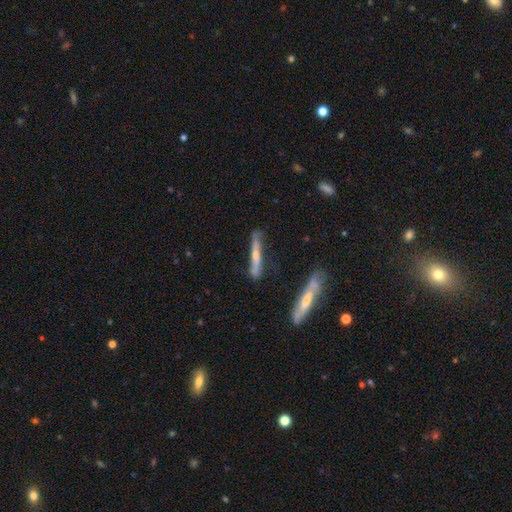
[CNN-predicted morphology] type=featured or disk (60%); edge-on=yes (90%); edge-on bulge=rounded (58%); merging=none (72%).